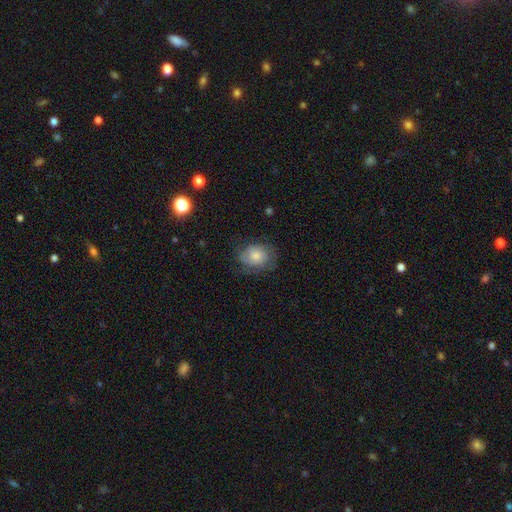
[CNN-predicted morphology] A smooth galaxy with no disk features (70%) that is round (51%). Merging: none (63%).